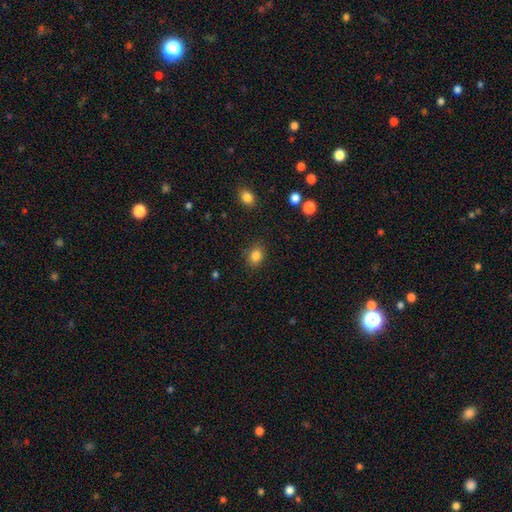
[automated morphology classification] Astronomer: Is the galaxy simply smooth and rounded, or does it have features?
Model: smooth — 84%.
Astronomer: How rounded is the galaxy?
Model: in between — 53% (runner-up: round, 46%).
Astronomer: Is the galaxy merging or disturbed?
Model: none — 85%.